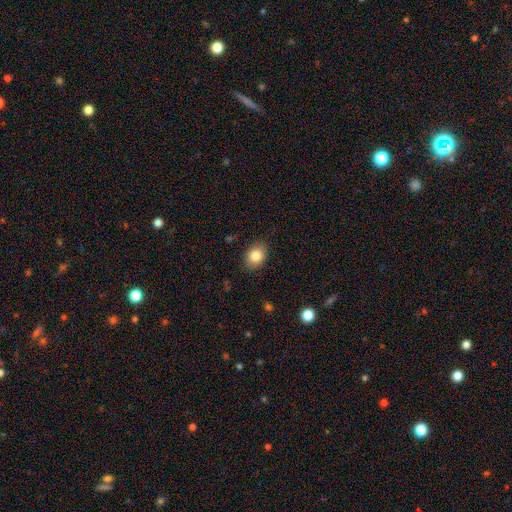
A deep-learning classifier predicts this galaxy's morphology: Overall: smooth (84%). How rounded: in between (66%; round 33%). Merging: none (86%).